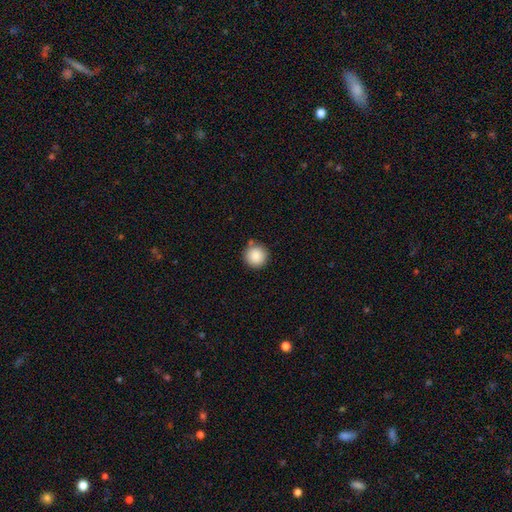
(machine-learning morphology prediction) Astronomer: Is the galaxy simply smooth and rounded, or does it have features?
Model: smooth — 88%.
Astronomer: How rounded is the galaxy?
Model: round — 96%.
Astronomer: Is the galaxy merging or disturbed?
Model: none — 83%.